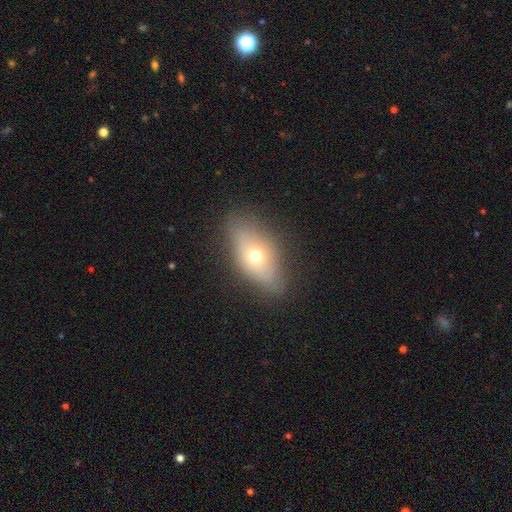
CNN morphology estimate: smooth 60%, featured or disk 30%, star or artifact 11%. Down the decision tree: how rounded — in between (80%); merging — none (75%).